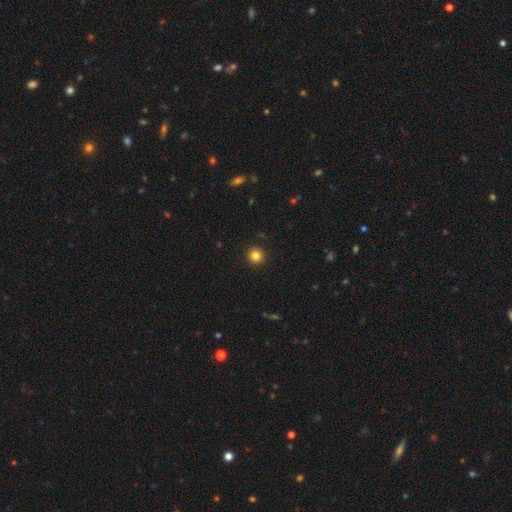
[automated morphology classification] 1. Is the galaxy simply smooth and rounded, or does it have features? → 84% smooth, 12% star or artifact, 5% featured or disk.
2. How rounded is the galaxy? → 95% round, 4% in between, 1% cigar-shaped.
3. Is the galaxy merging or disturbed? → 93% none, 5% minor disturbance, 2% major disturbance, 1% merger.